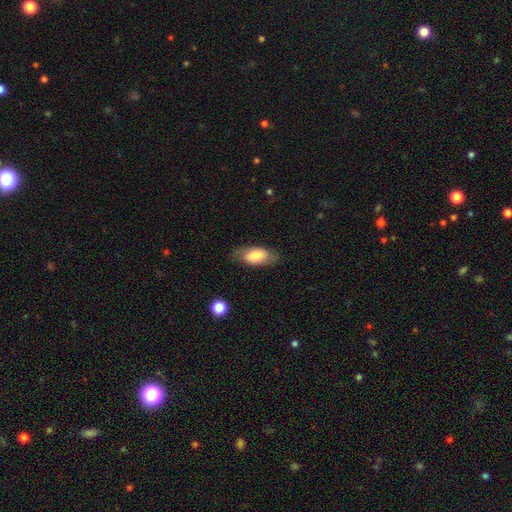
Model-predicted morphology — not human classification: type=smooth (76%); roundness=in between (89%); merging=none (75%).